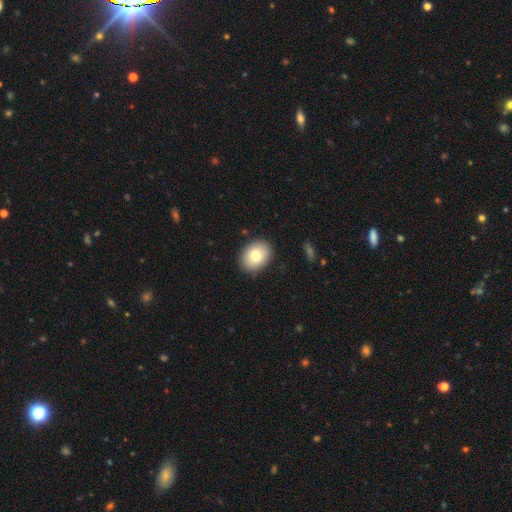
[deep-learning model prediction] Overall: smooth (79%). How rounded: in between (58%; round 41%). Merging: none (87%).